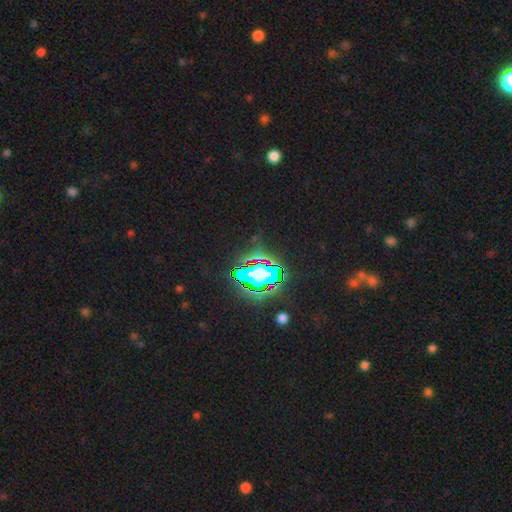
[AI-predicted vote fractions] A star or artifact, not a galaxy (81%).

Vote fractions:
- Smooth or featured? star or artifact: 81% / smooth: 11% / featured or disk: 8%